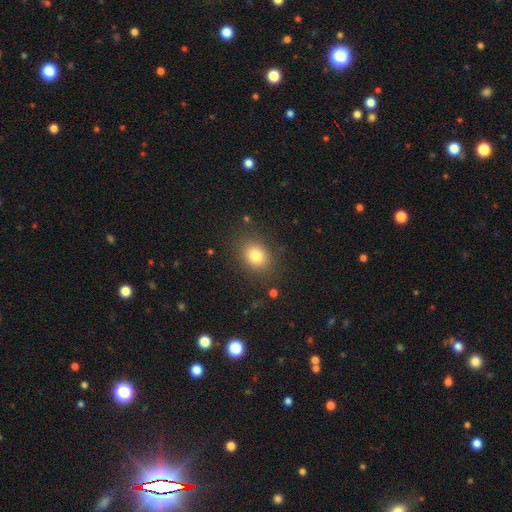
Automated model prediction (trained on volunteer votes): This is likely a smooth galaxy (80%). How rounded: possibly round (50%). Merging: clearly none (84%).